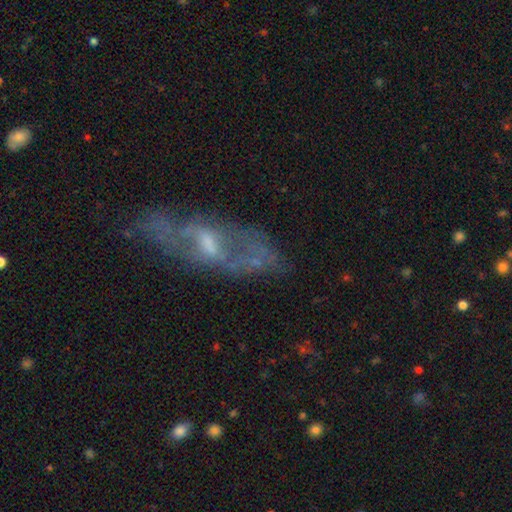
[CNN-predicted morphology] This is likely a featured or disk galaxy (69%). It is likely not viewed edge-on (77%). Bar: possibly weak (45%). Spiral arm pattern: possibly no (53%). Central bulge: marginally moderate (43%). Merging: likely none (60%).